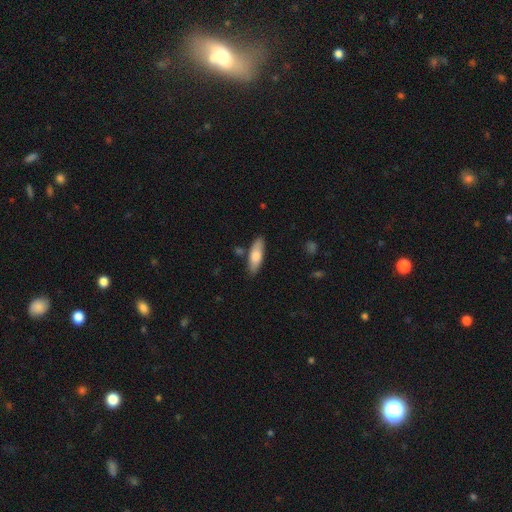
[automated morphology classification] type=smooth (74%); roundness=in between (56%); merging=none (81%).